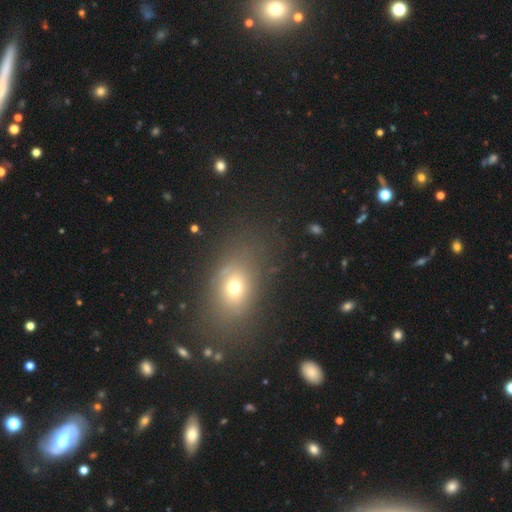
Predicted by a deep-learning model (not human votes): Smooth or featured?
  - smooth: 62% *
  - star or artifact: 23%
  - featured or disk: 15%
How rounded?
  - in between: 65% *
  - round: 32%
  - cigar-shaped: 3%
Merging?
  - none: 80% *
  - minor disturbance: 11%
  - major disturbance: 6%
  - merger: 2%